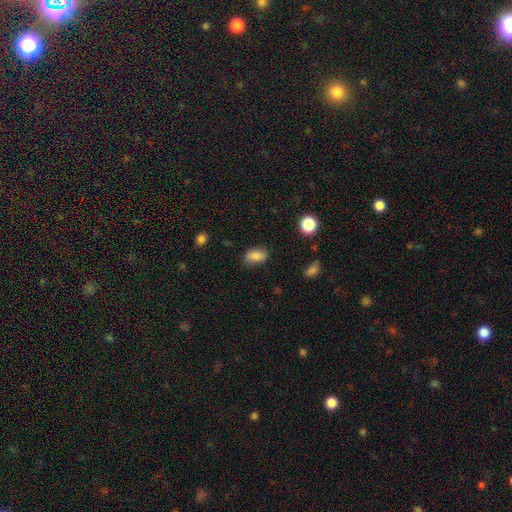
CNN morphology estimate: This is clearly a smooth galaxy (84%). How rounded: clearly in between (88%). Merging: likely none (77%).